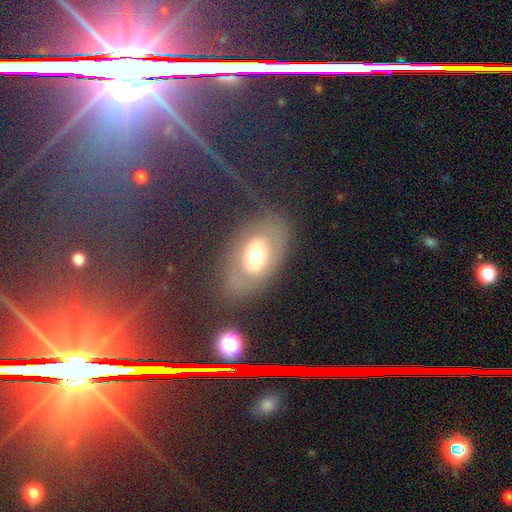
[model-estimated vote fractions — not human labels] The model was most divided on "smooth or featured": featured or disk: 49%, smooth: 40%, star or artifact: 11%. More confident: merging — none (62%).